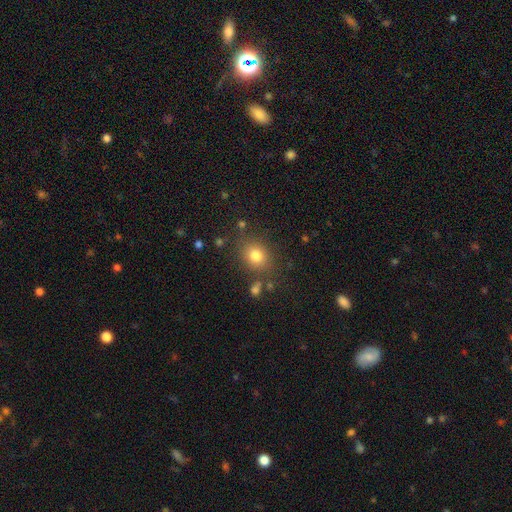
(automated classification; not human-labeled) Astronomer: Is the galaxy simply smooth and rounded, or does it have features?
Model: smooth — 79%.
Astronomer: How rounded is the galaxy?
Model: round — 61% (runner-up: in between, 38%).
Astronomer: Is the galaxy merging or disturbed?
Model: none — 80%.